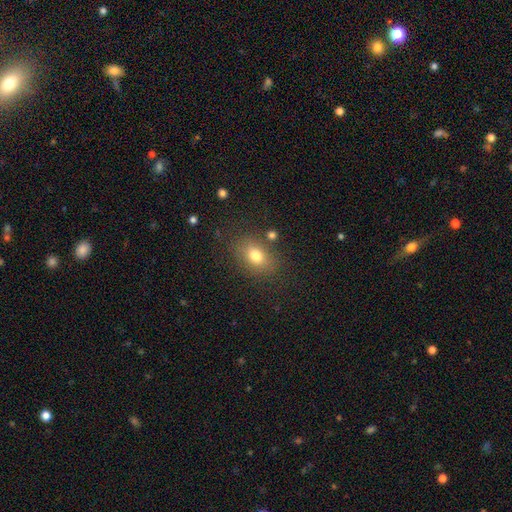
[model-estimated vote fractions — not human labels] The model was most divided on "how rounded": in between: 73%, round: 25%, cigar-shaped: 2%. More confident: merging — none (78%); smooth or featured — smooth (77%).